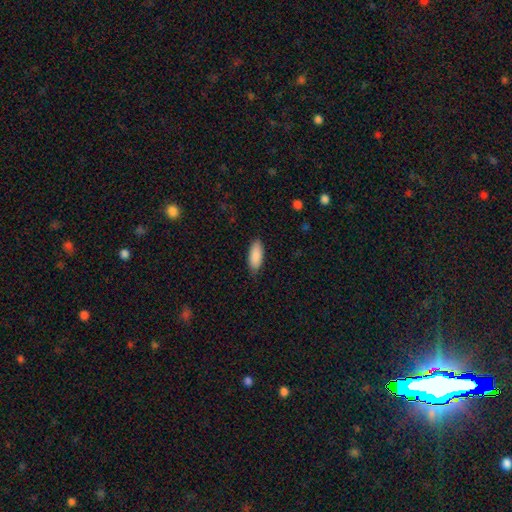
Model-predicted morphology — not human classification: smooth-or-featured: smooth: 89% | star or artifact: 6% | featured or disk: 5%
  how-rounded: in between: 81% | cigar-shaped: 17% | round: 2%
  merging: none: 84% | minor disturbance: 13% | major disturbance: 2% | merger: 1%